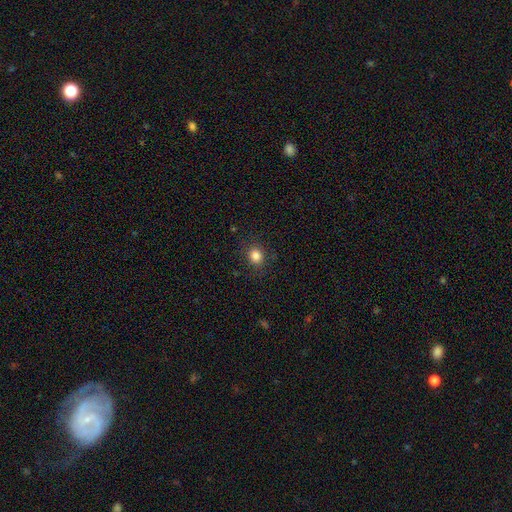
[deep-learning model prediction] A smooth galaxy with no disk features (84%) that is round (75%). Merging: none (86%).